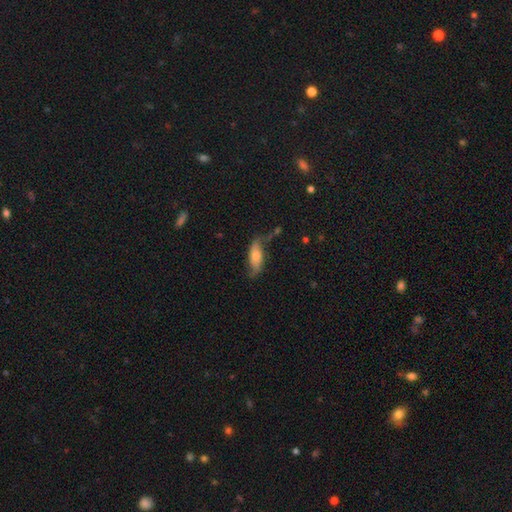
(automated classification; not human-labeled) Morphology: type=featured or disk (51%); edge-on=no (76%); merging=none (57%).